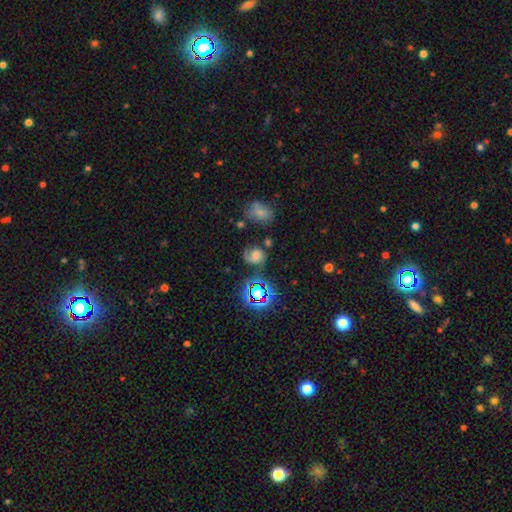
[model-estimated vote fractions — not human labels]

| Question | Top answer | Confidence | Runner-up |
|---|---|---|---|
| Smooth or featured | featured or disk | 48% | smooth (31%) |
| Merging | none | 53% | minor disturbance (23%) |